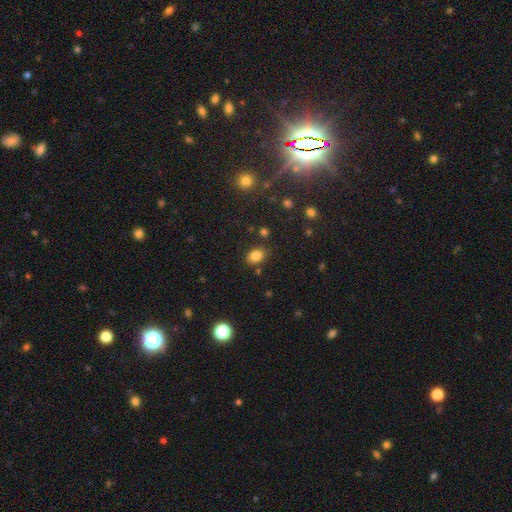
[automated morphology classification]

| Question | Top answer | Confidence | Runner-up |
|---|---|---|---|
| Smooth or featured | smooth | 83% | star or artifact (11%) |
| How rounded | in between | 71% | round (28%) |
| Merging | none | 80% | minor disturbance (13%) |